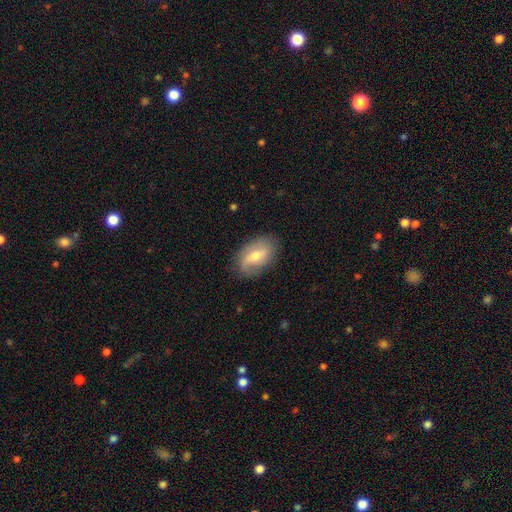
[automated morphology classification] Q: Smooth or featured?
A: featured or disk (50%); runner-up: smooth (42%)
Q: Edge-on disk?
A: no (89%); runner-up: yes (11%)
Q: Merging?
A: none (79%); runner-up: minor disturbance (15%)